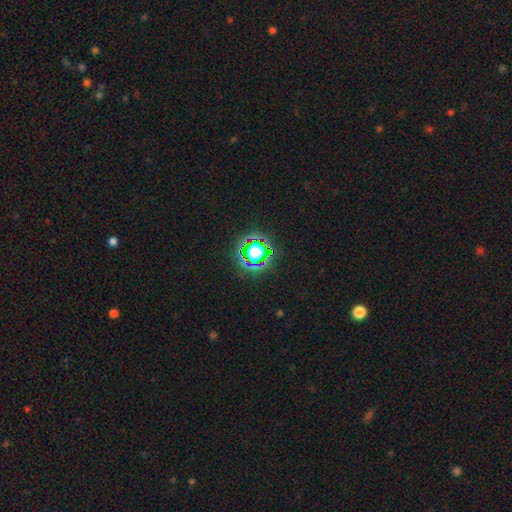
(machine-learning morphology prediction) A star or artifact, not a galaxy (72%).

Vote fractions:
- Smooth or featured? star or artifact: 72% / smooth: 18% / featured or disk: 9%